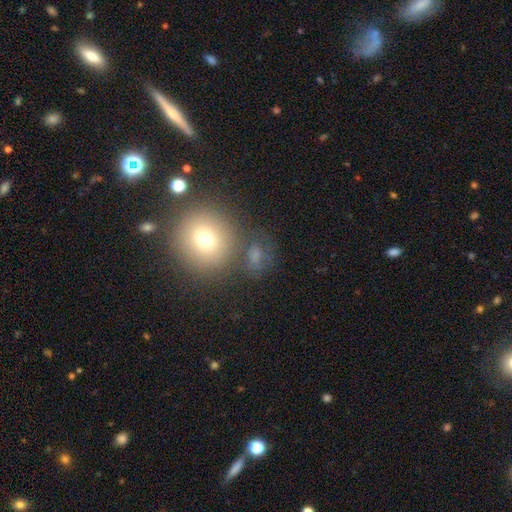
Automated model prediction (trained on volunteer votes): Overall: smooth (60%; star or artifact 21%). How rounded: round (54%; in between 44%). Merging: none (56%; minor disturbance 16%).